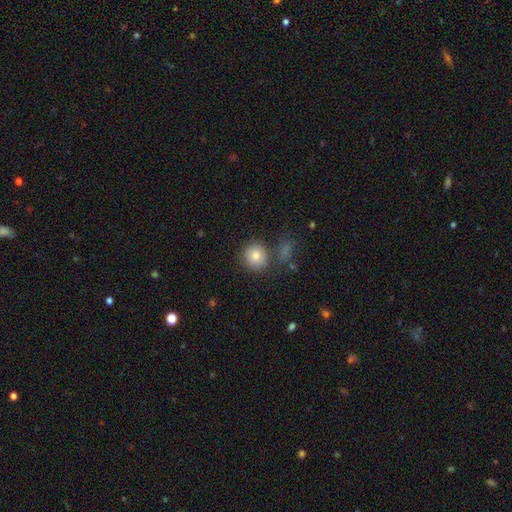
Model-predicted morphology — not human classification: A smooth galaxy with no disk features (82%) that is round (88%).

Vote fractions:
- Smooth or featured? smooth: 82% / star or artifact: 10% / featured or disk: 8%
- How rounded? round: 88% / in between: 11% / cigar-shaped: 1%
- Merging? none: 77% / minor disturbance: 11% / merger: 9% / major disturbance: 4%